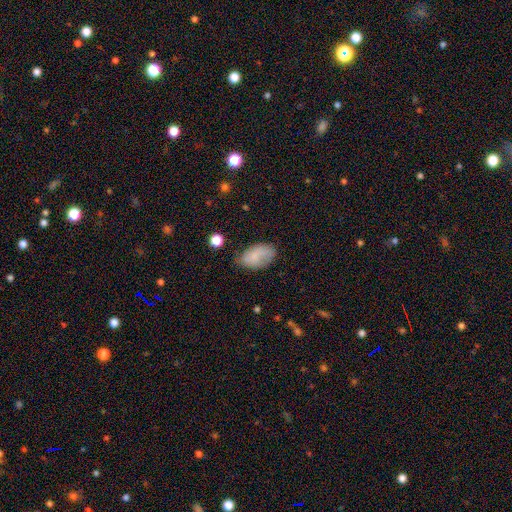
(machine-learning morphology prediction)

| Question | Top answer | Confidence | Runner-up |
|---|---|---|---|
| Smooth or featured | smooth | 77% | featured or disk (15%) |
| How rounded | in between | 93% | round (6%) |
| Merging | none | 60% | minor disturbance (29%) |